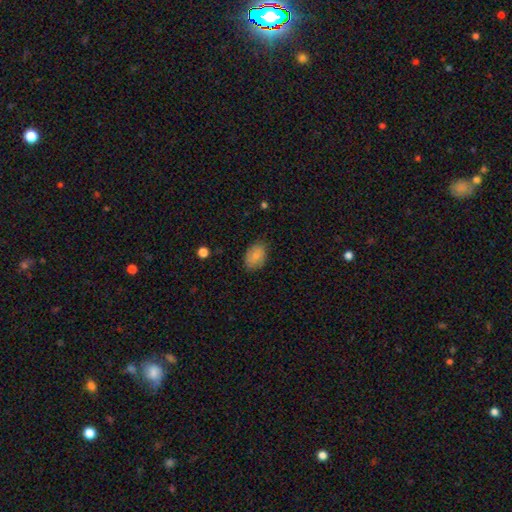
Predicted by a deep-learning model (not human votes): smooth 81%, featured or disk 11%, star or artifact 7%. Down the decision tree: how rounded — in between (82%); merging — none (79%).